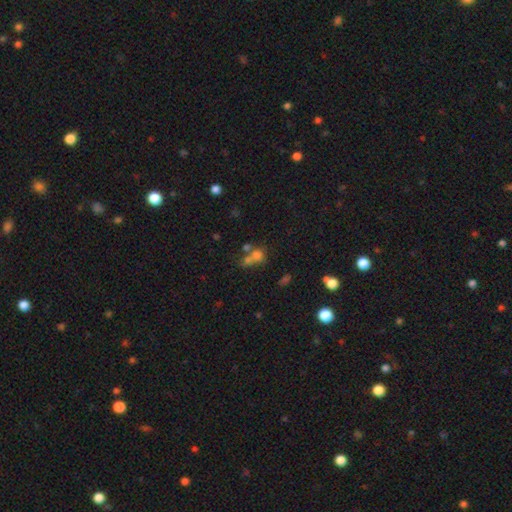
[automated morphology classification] Q: Smooth or featured?
A: smooth (62%); runner-up: star or artifact (22%)
Q: How rounded?
A: round (73%); runner-up: in between (25%)
Q: Merging?
A: merger (52%); runner-up: none (35%)